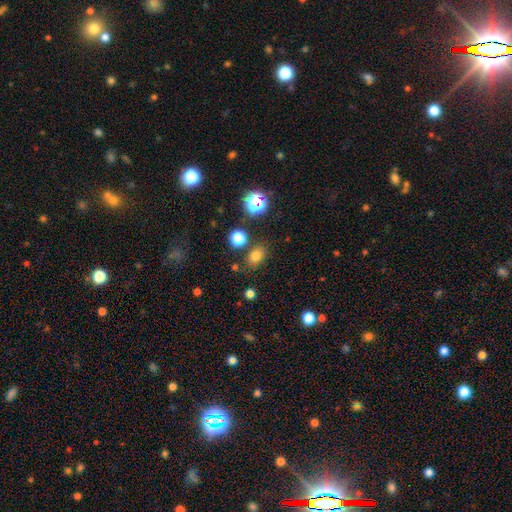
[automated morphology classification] This appears to be a smooth galaxy with no disk features (75%) that is in between round and cigar-shaped (64%). Merging: none (78%).